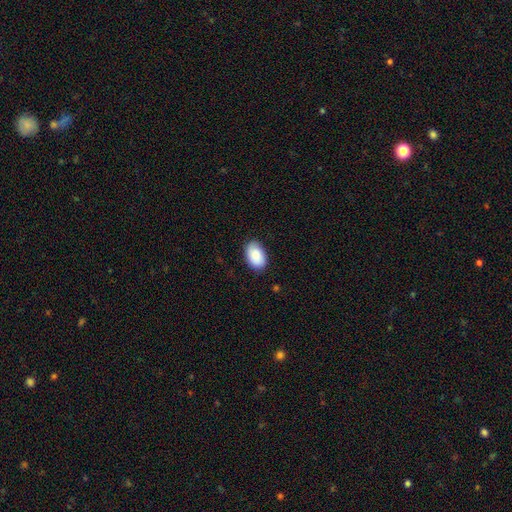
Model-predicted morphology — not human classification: The model was most divided on "merging": none: 84%, minor disturbance: 12%, major disturbance: 2%, merger: 1%. More confident: how rounded — in between (91%); smooth or featured — smooth (85%).